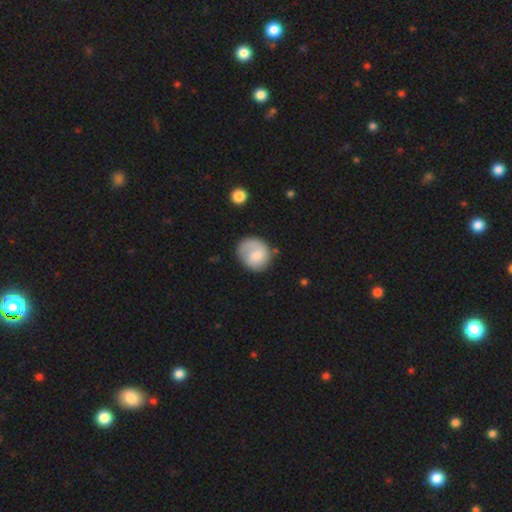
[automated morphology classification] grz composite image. It shows a smooth galaxy with no disk features (61%) that is round (74%). Merging: none (60%).